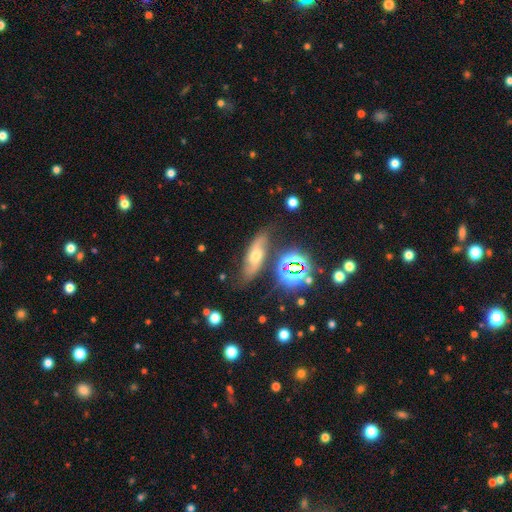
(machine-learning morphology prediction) type=featured or disk (49%); merging=none (70%).